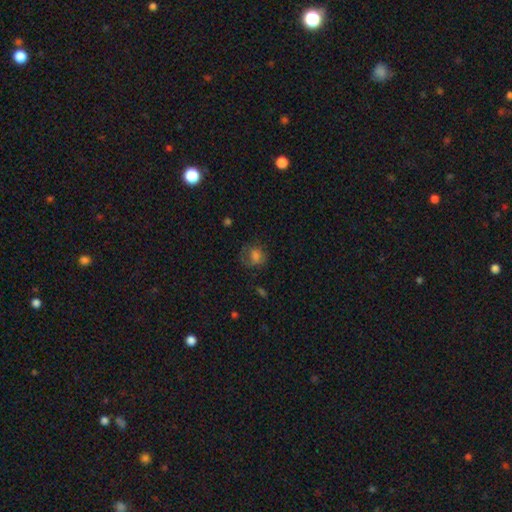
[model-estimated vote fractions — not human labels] Smooth or featured: smooth — 67% (featured or disk — 18%)
How rounded: round — 67% (in between — 32%)
Merging: none — 53% (minor disturbance — 24%)